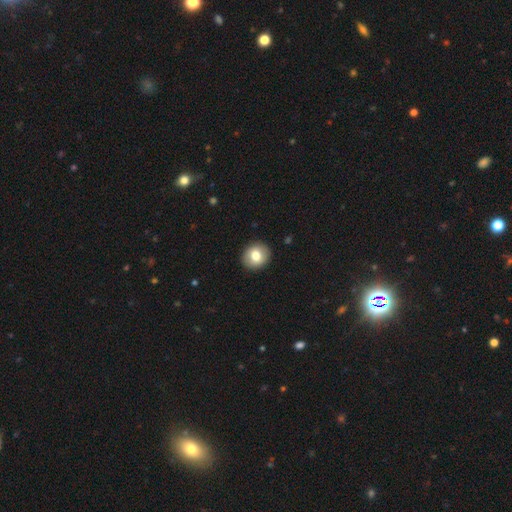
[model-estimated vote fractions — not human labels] smooth_or_featured: smooth (p=0.78) [alt: featured or disk p=0.15]
how_rounded: round (p=0.76) [alt: in between p=0.23]
merging: none (p=0.91) [alt: minor disturbance p=0.06]